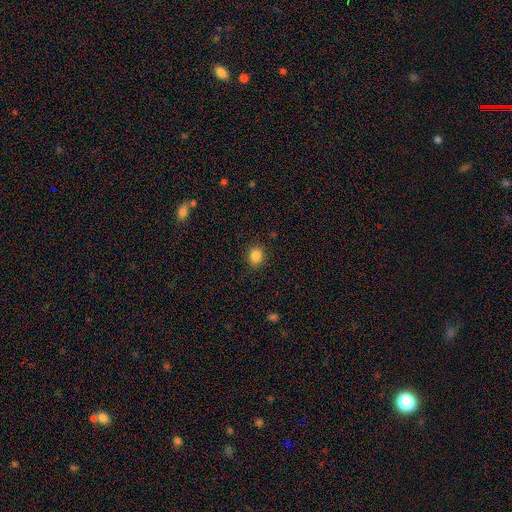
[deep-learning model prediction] This appears to be a smooth galaxy with no disk features (85%) that is round (72%). Merging: none (89%).